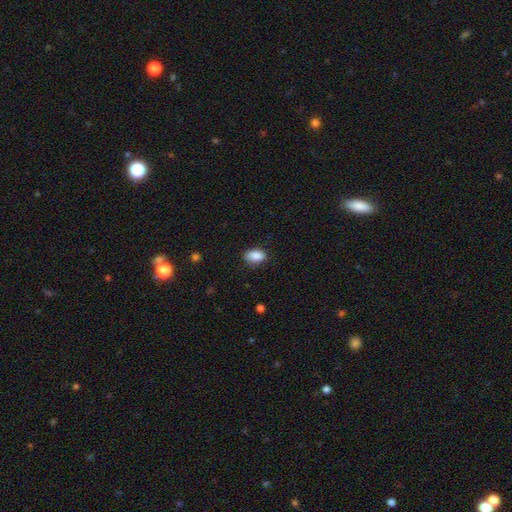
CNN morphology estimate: Smooth or featured? smooth (88%)
How rounded? in between (88%)
Merging? none (78%)